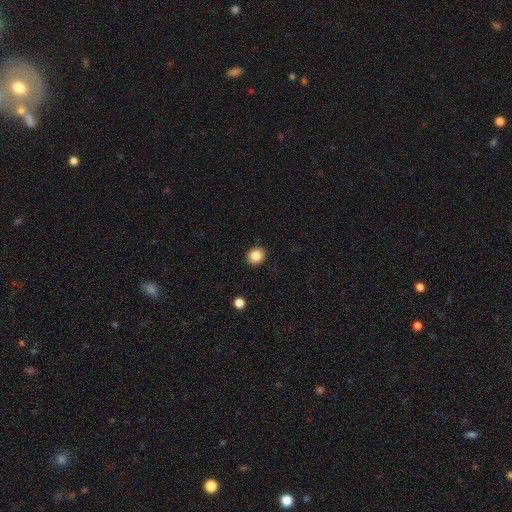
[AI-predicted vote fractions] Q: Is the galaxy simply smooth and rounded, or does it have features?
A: smooth — 85%.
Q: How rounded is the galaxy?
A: round — 82%.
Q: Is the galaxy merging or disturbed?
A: none — 91%.